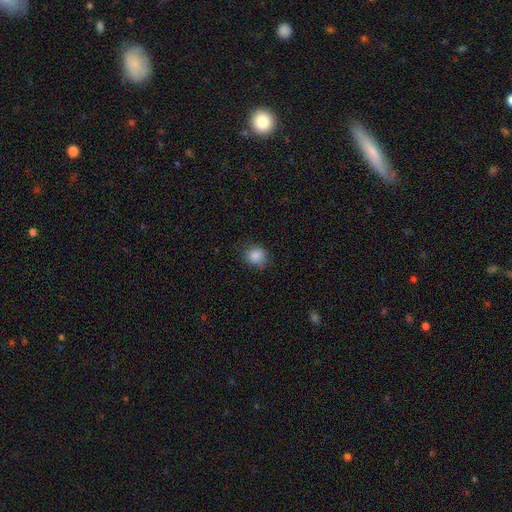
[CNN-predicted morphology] smooth 85%, star or artifact 10%, featured or disk 5%. Down the decision tree: how rounded — round (76%); merging — none (77%).